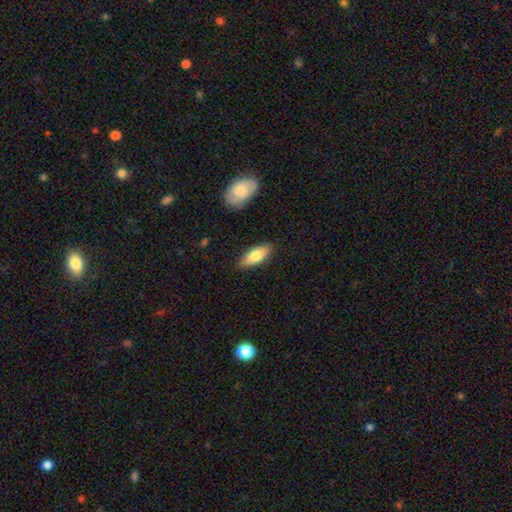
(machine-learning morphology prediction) Smooth or featured: smooth — 74% (featured or disk — 20%)
How rounded: in between — 71% (cigar-shaped — 27%)
Merging: none — 86% (minor disturbance — 10%)